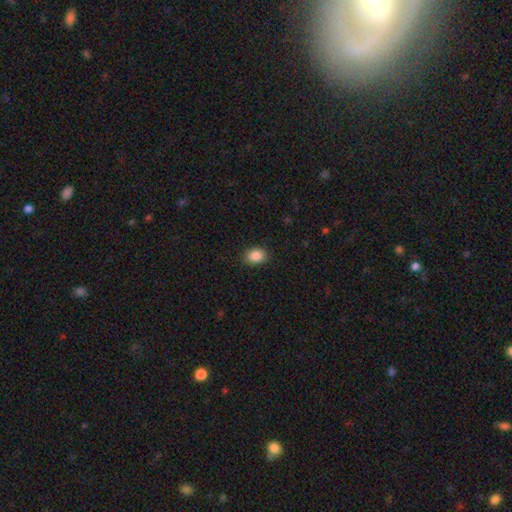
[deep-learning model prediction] Smooth or featured? smooth (87%)
How rounded? in between (66%)
Merging? none (89%)